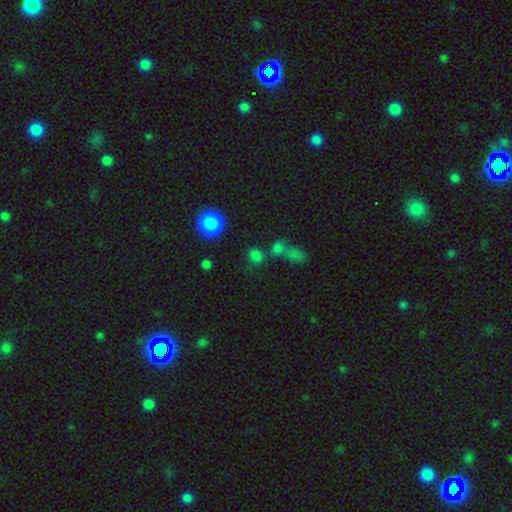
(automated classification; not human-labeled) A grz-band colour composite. It shows a smooth galaxy with no disk features (76%) that is round (78%). Merging: none (63%).